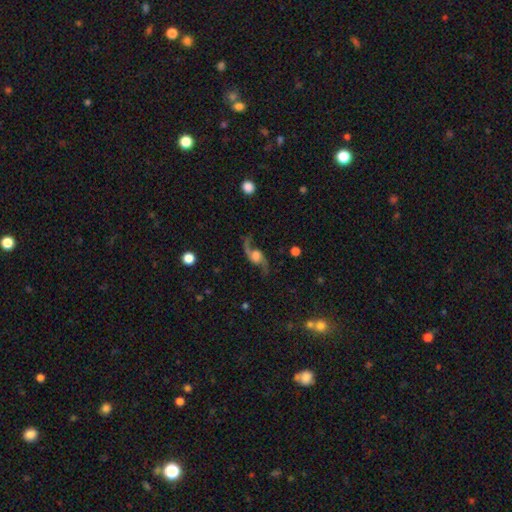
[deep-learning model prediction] smooth-or-featured: featured or disk: 86% | smooth: 7% | star or artifact: 6%
  disk-edge-on: no: 94% | yes: 6%
    bar: no: 58% | weak: 33% | strong: 9%
    has-spiral-arms: yes: 97% | no: 3%
      spiral-winding: loose: 87% | medium: 10% | tight: 2%
      spiral-arm-count: 2: 93% | 1: 3% | can't tell: 1% | 3: 1% | 4: 1% | more than 4: 1%
    bulge-size: moderate: 37% | large: 30% | small: 18% | none: 10% | dominant: 5%
  merging: none: 74% | minor disturbance: 14% | major disturbance: 10% | merger: 3%